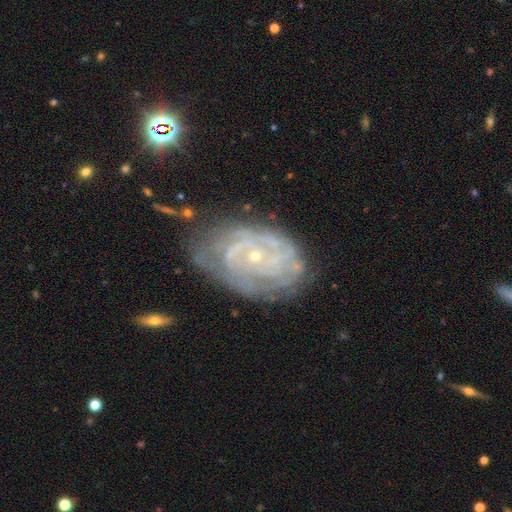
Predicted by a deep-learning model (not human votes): This is clearly a featured or disk galaxy (84%). It is clearly not viewed edge-on (96%). Bar: likely no (73%). Spiral arm pattern: clearly yes (91%). Spiral arm count: marginally can't tell (42%). Spiral winding: likely tight (73%). Central bulge: clearly small (83%). Merging: likely none (60%).